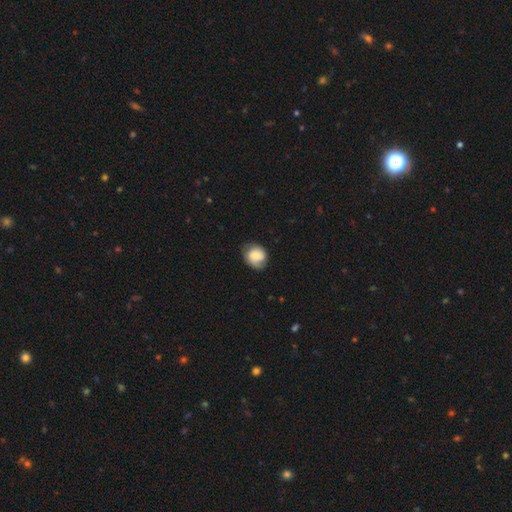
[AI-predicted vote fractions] This appears to be a smooth galaxy with no disk features (66%) that is round (63%). Merging: none (65%).